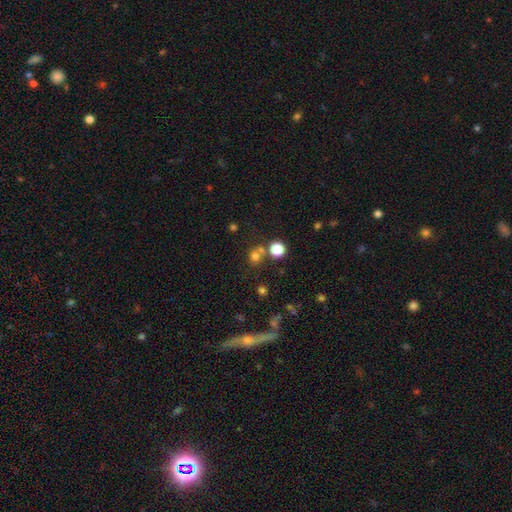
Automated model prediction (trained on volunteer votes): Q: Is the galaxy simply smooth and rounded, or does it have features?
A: smooth — 69%.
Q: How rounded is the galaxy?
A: round — 85%.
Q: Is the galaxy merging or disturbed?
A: none — 62%.